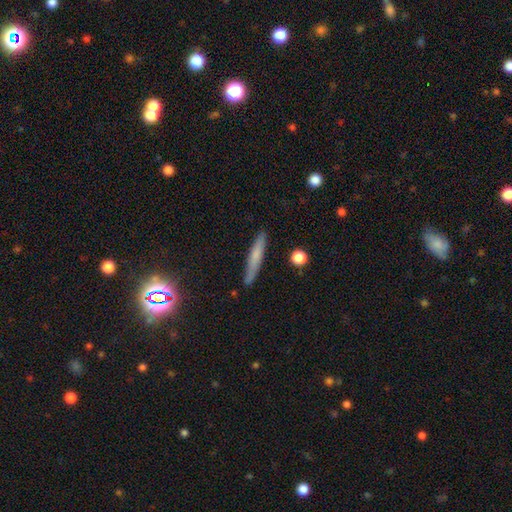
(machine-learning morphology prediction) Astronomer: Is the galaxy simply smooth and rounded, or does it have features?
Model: smooth — 60%.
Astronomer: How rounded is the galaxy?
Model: cigar-shaped — 93%.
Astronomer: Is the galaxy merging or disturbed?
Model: none — 87%.